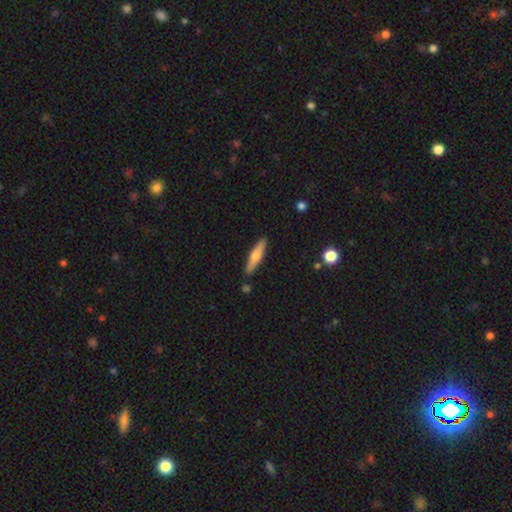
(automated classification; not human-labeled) Smooth or featured?
  - smooth: 51% *
  - featured or disk: 43%
  - star or artifact: 6%
How rounded?
  - cigar-shaped: 81% *
  - in between: 17%
  - round: 2%
Merging?
  - none: 88% *
  - minor disturbance: 8%
  - merger: 2%
  - major disturbance: 2%